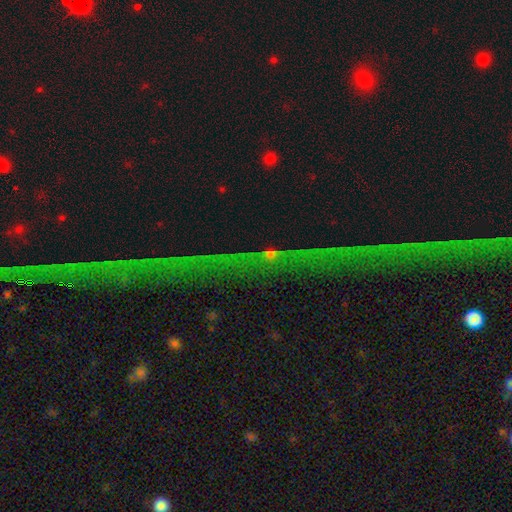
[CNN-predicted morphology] A star or artifact, not a galaxy (78%).